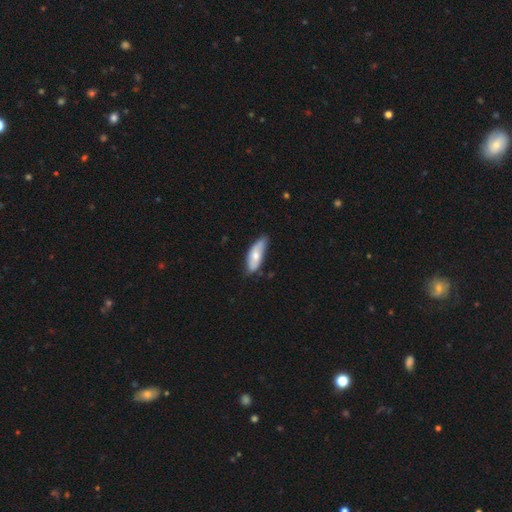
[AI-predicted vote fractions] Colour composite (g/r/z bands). It shows a smooth galaxy with no disk features (63%) that is in between round and cigar-shaped (74%). Merging: none (60%).